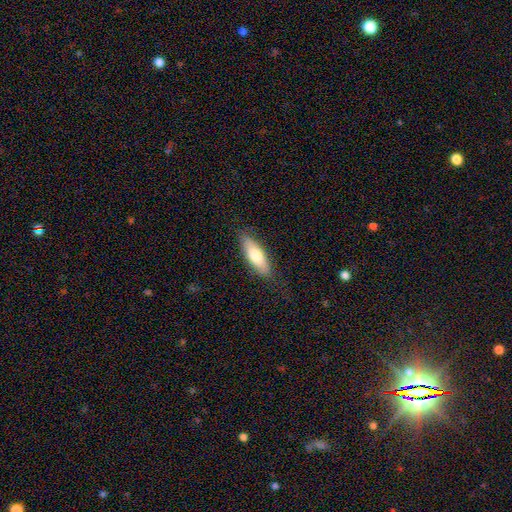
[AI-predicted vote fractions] Morphology: type=smooth (70%); roundness=in between (51%); merging=none (83%).